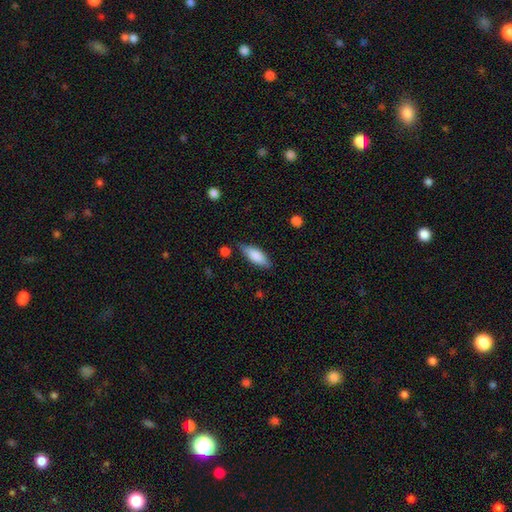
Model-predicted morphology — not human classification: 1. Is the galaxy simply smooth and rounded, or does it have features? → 76% smooth, 18% featured or disk, 6% star or artifact.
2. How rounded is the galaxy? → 69% in between, 29% cigar-shaped, 2% round.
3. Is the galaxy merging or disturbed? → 77% none, 16% minor disturbance, 4% major disturbance, 3% merger.